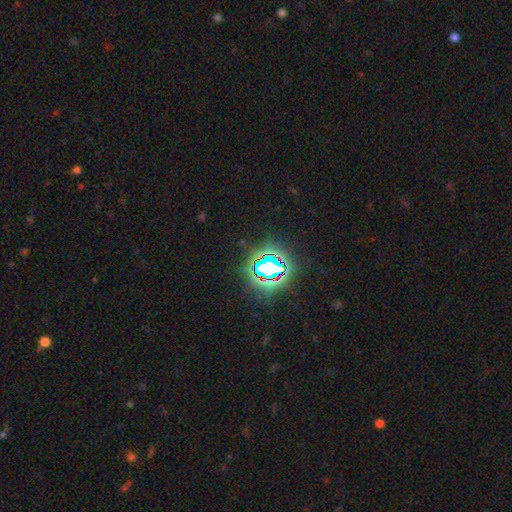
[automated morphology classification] Smooth or featured?
  - star or artifact: 76% *
  - smooth: 14%
  - featured or disk: 10%